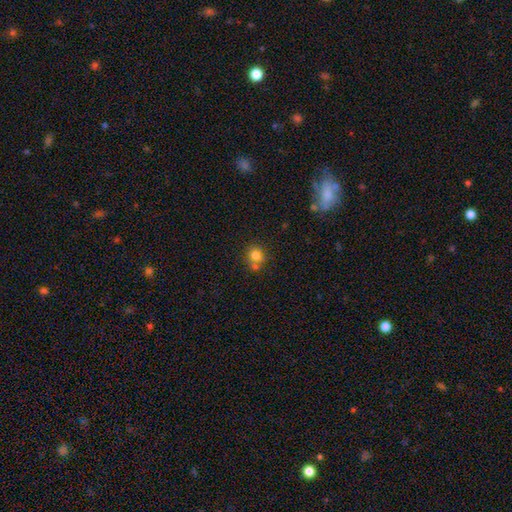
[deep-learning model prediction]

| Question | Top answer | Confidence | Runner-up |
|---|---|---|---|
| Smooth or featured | smooth | 79% | star or artifact (12%) |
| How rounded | round | 84% | in between (15%) |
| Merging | none | 61% | merger (23%) |